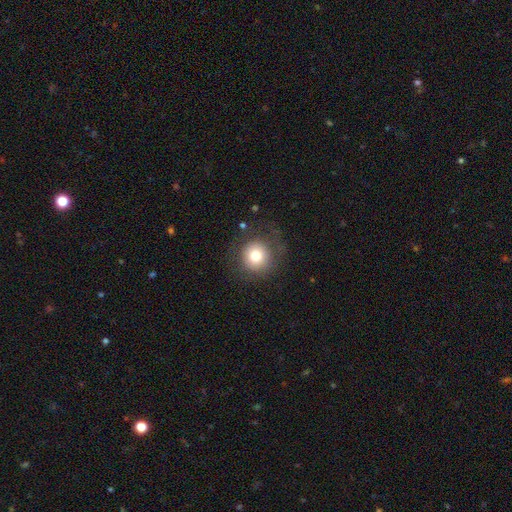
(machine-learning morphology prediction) smooth-or-featured: smooth: 75% | featured or disk: 14% | star or artifact: 11%
  how-rounded: round: 94% | in between: 5% | cigar-shaped: 1%
  merging: none: 77% | minor disturbance: 13% | major disturbance: 8% | merger: 1%